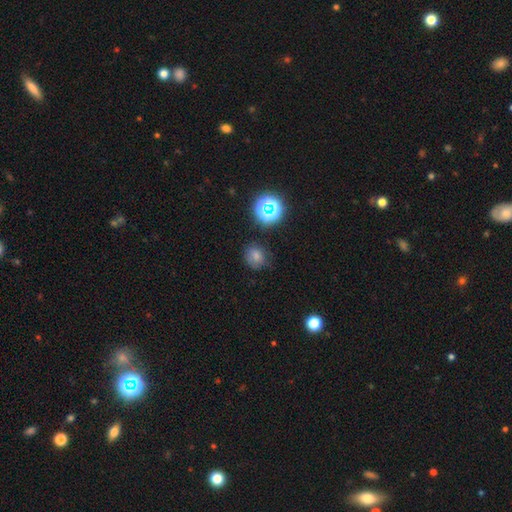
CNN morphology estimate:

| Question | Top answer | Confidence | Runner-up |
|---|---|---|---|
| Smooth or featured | smooth | 71% | star or artifact (20%) |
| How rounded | round | 74% | in between (25%) |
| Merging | none | 67% | minor disturbance (23%) |